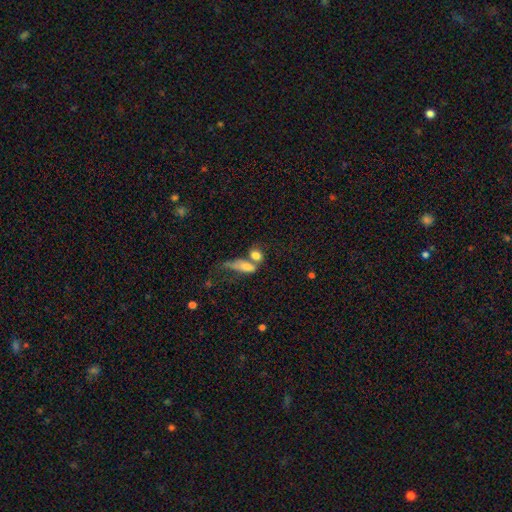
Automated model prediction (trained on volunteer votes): smooth_or_featured: smooth (p=0.76) [alt: featured or disk p=0.14]
how_rounded: in between (p=0.65) [alt: round p=0.25]
merging: merger (p=0.51) [alt: none p=0.26]